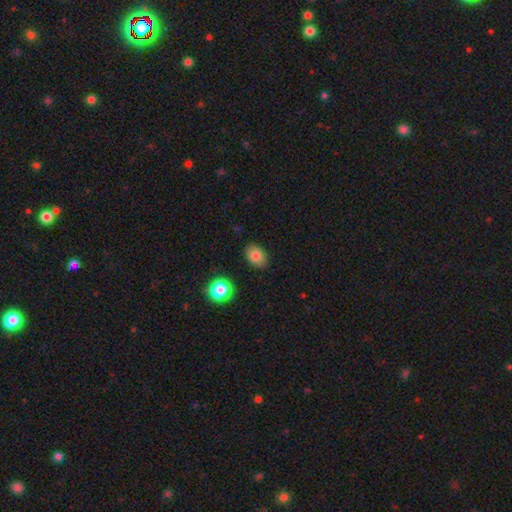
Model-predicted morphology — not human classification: The model was most divided on "how rounded": in between: 77%, round: 22%, cigar-shaped: 1%. More confident: merging — none (85%); smooth or featured — smooth (81%).